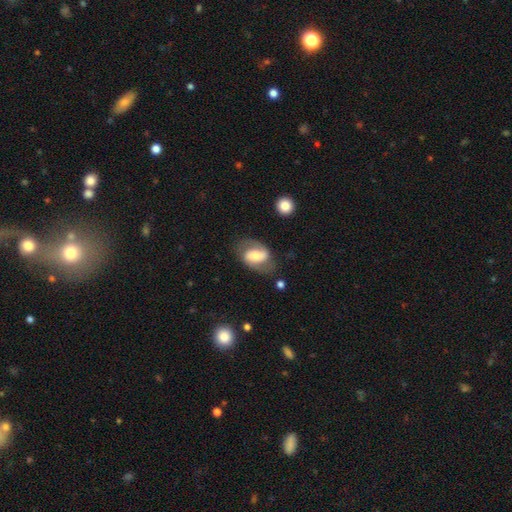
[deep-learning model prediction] The model was most divided on "bar": weak: 38%, strong: 36%, no: 26%. Remaining: edge-on disk — no (96%); spiral arm count — 2 (87%); spiral arms — yes (85%); merging — none (68%); smooth or featured — featured or disk (65%); bulge size — moderate (55%); spiral winding — medium (46%).